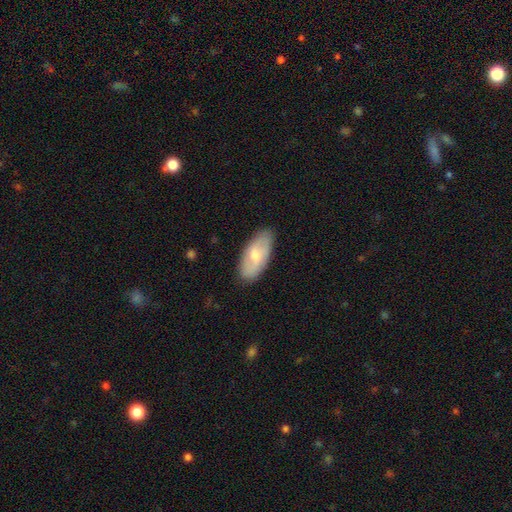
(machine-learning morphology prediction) Smooth or featured: smooth — 55% (featured or disk — 39%)
How rounded: in between — 90% (cigar-shaped — 8%)
Merging: none — 83% (minor disturbance — 13%)